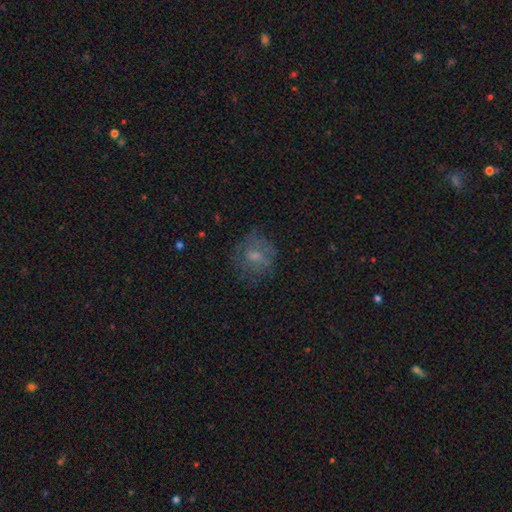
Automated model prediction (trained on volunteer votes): smooth-or-featured: smooth: 52% | featured or disk: 35% | star or artifact: 13%
  how-rounded: round: 74% | in between: 24% | cigar-shaped: 1%
  merging: none: 66% | minor disturbance: 19% | major disturbance: 13% | merger: 1%